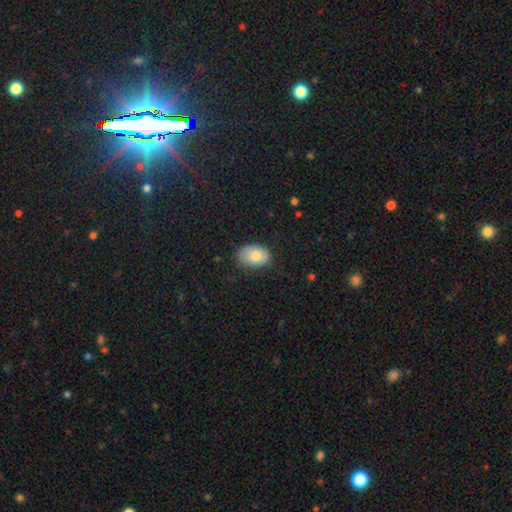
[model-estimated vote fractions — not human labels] Overall: smooth (79%). How rounded: in between (86%). Merging: none (70%).